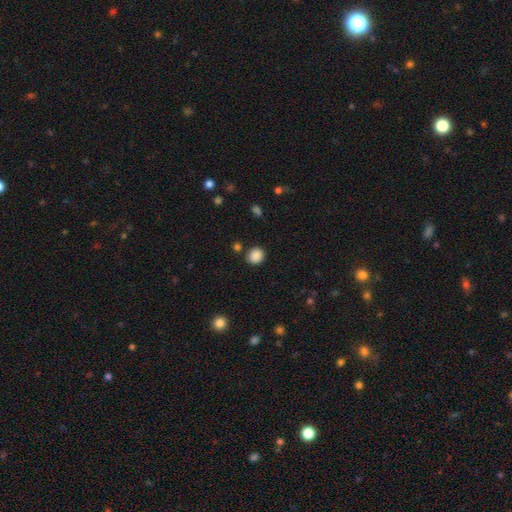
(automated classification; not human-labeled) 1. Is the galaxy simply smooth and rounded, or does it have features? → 87% smooth, 10% star or artifact, 3% featured or disk.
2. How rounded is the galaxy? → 81% round, 18% in between, 1% cigar-shaped.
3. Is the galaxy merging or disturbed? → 84% none, 9% minor disturbance, 4% merger, 3% major disturbance.